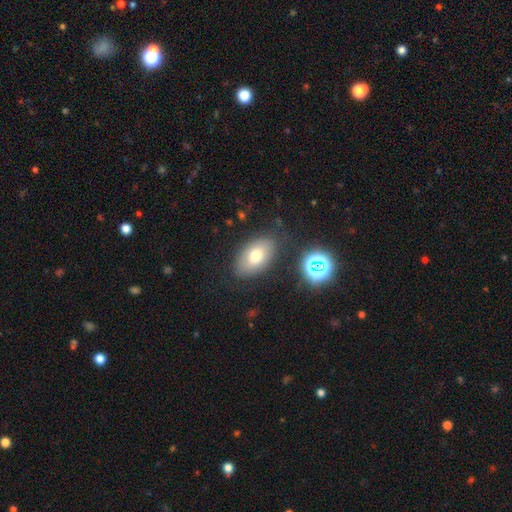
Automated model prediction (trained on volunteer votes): Smooth or featured? smooth (72%)
How rounded? in between (91%)
Merging? none (80%)